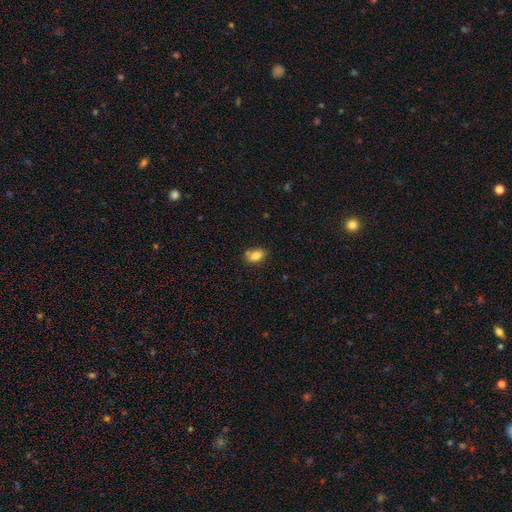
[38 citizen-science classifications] smooth-or-featured: smooth: 76% | featured or disk: 16% | star or artifact: 8%
  how-rounded: in between: 83% | round: 14% | cigar-shaped: 3%
  merging: none: 74% | minor disturbance: 11% | merger: 11% | major disturbance: 3%